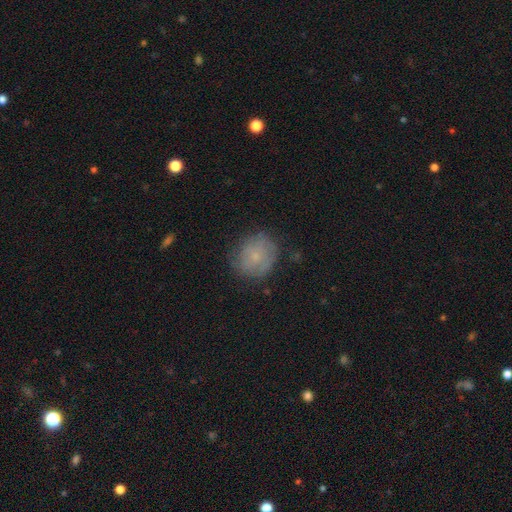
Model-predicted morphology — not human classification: Smooth or featured? Predicted: smooth (p=0.59). How rounded? Predicted: round (p=0.78). Merging? Predicted: none (p=0.73).